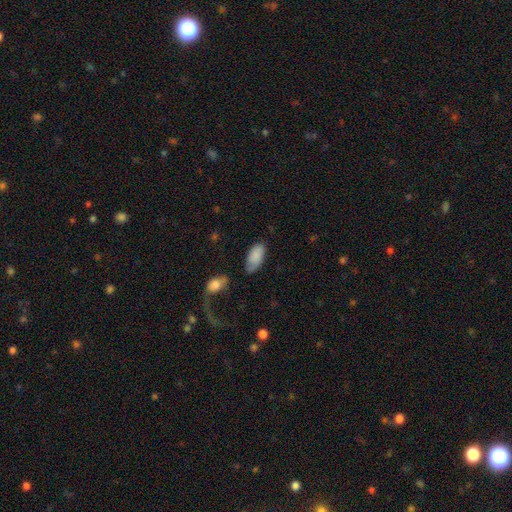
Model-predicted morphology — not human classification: smooth_or_featured: smooth (p=0.85) [alt: featured or disk p=0.08]
how_rounded: in between (p=0.92) [alt: cigar-shaped p=0.06]
merging: none (p=0.65) [alt: minor disturbance p=0.24]